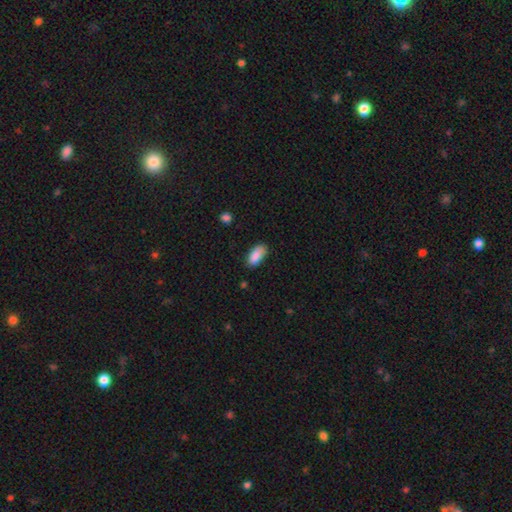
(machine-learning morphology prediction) type=smooth (88%); roundness=in between (89%); merging=none (74%).